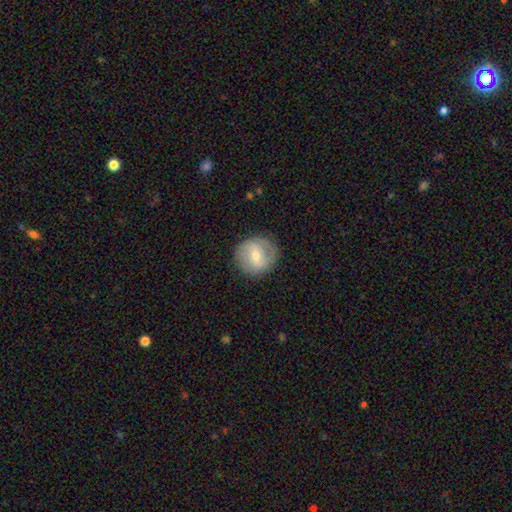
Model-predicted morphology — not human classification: The model was most divided on "bulge size": small: 51%, moderate: 45%, large: 2%, none: 1%, dominant: 1%. More confident: edge-on disk — no (96%); merging — none (85%); spiral arms — yes (71%); smooth or featured — featured or disk (53%); bar — weak (50%).